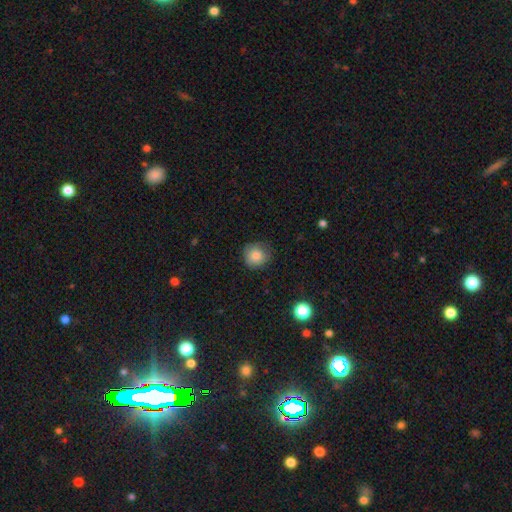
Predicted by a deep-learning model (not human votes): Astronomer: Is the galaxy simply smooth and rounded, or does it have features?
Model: smooth — 84%.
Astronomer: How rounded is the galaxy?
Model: round — 90%.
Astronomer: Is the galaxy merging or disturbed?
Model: none — 79%.